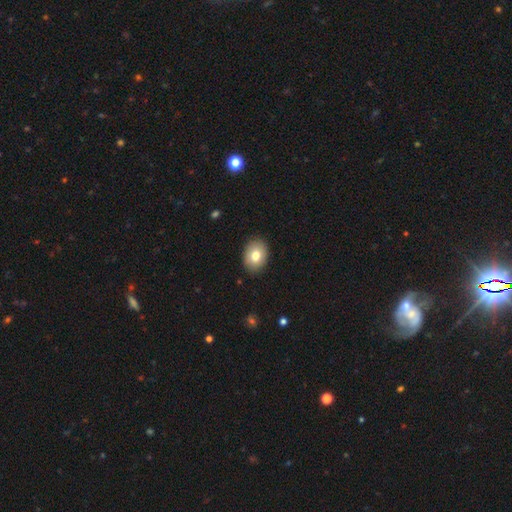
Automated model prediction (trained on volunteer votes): Q: Smooth or featured?
A: smooth (78%); runner-up: featured or disk (15%)
Q: How rounded?
A: in between (70%); runner-up: round (29%)
Q: Merging?
A: none (88%); runner-up: minor disturbance (9%)